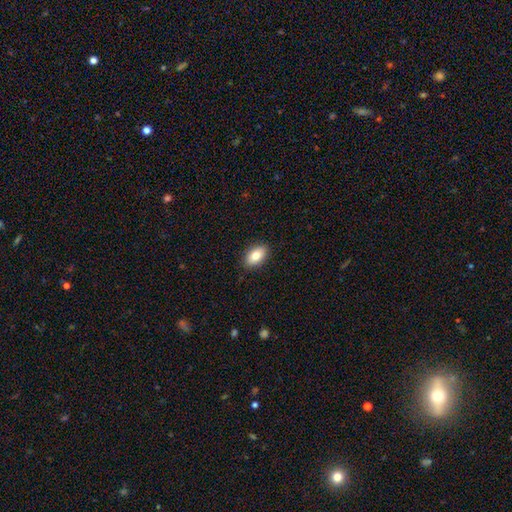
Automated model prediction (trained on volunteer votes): A smooth galaxy with no disk features (81%) that is in between round and cigar-shaped (91%).

Vote fractions:
- Smooth or featured? smooth: 81% / featured or disk: 12% / star or artifact: 7%
- How rounded? in between: 91% / round: 7% / cigar-shaped: 2%
- Merging? none: 89% / minor disturbance: 8% / major disturbance: 2% / merger: 1%